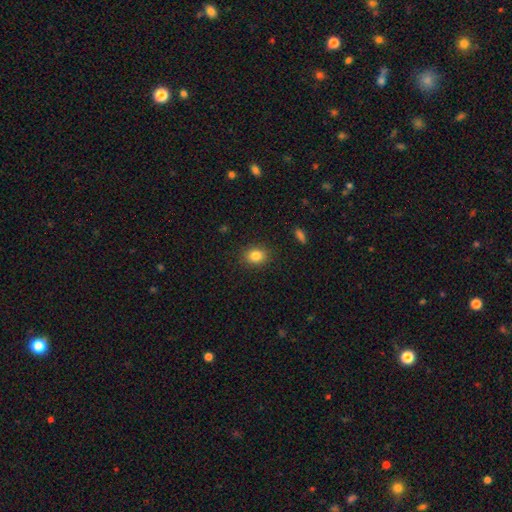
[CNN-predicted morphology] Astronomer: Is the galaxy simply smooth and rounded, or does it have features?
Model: smooth — 84%.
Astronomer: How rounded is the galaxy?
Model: round — 51% (runner-up: in between, 48%).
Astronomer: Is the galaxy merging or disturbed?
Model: none — 88%.